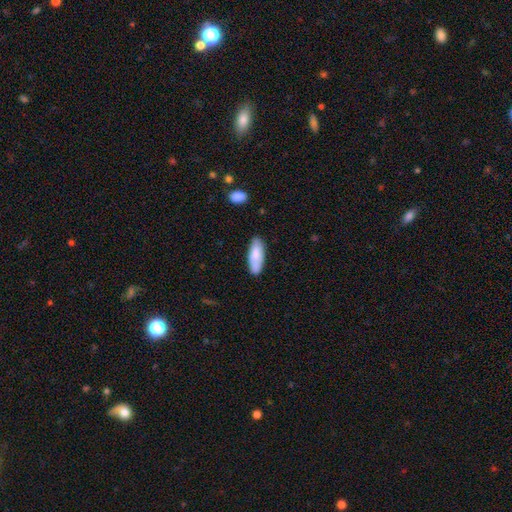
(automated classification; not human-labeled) Morphology: type=smooth (81%); roundness=in between (68%); merging=none (78%).